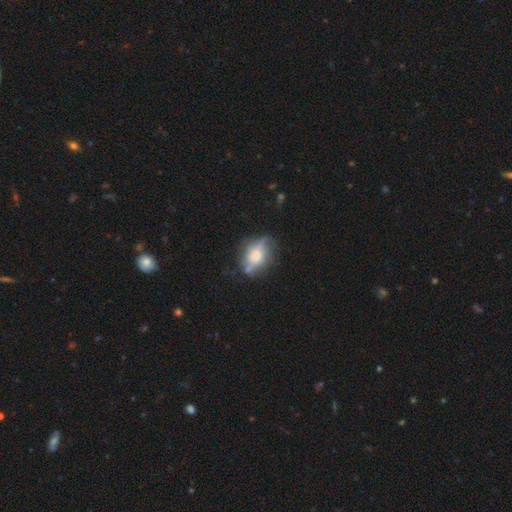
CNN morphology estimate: Smooth or featured: smooth — 45% (tied with featured or disk — 45%)
Merging: none — 47% (minor disturbance — 28%)